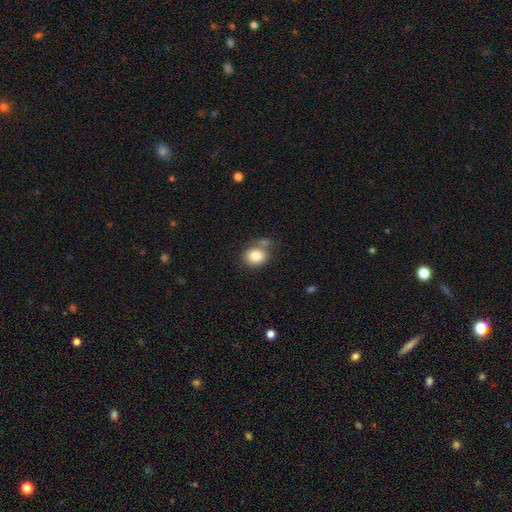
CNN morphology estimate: This appears to be a smooth galaxy with no disk features (81%) that is round (58%). Merging: none (61%).